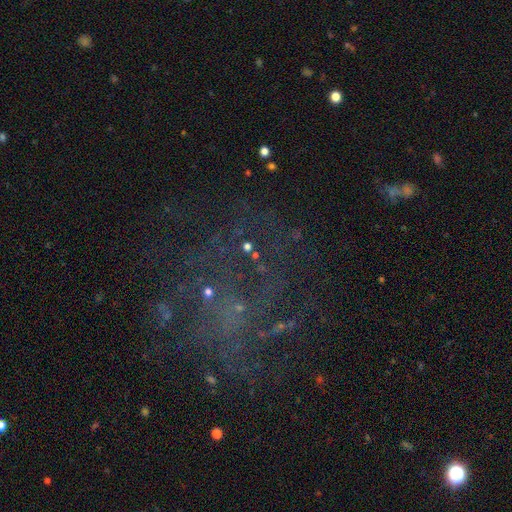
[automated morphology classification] Q: Smooth or featured?
A: star or artifact (62%); runner-up: featured or disk (21%)